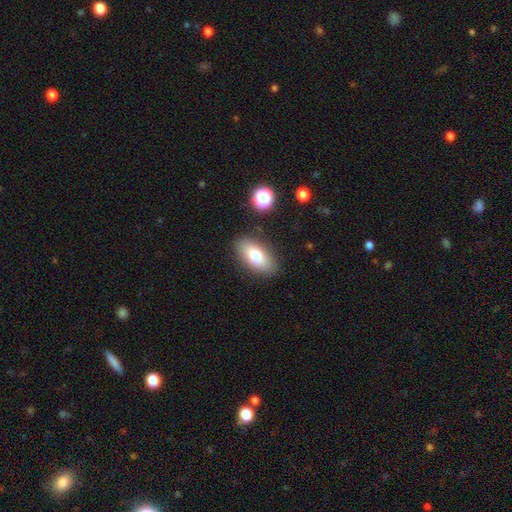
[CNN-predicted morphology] The model was most divided on "smooth or featured": smooth: 74%, featured or disk: 17%, star or artifact: 9%. More confident: how rounded — in between (88%); merging — none (86%).